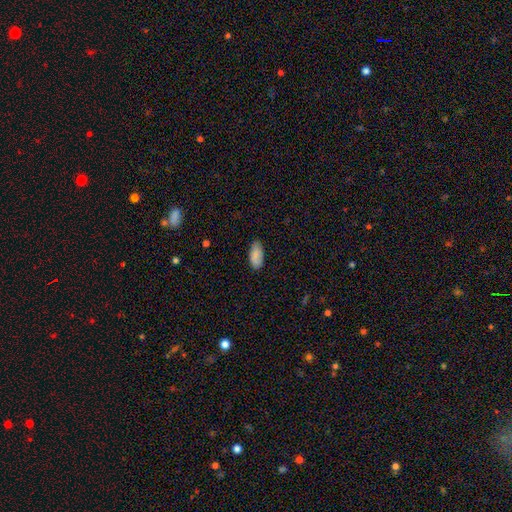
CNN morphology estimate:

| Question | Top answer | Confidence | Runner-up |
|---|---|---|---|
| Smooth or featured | smooth | 85% | featured or disk (9%) |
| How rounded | in between | 93% | cigar-shaped (5%) |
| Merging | none | 84% | minor disturbance (13%) |